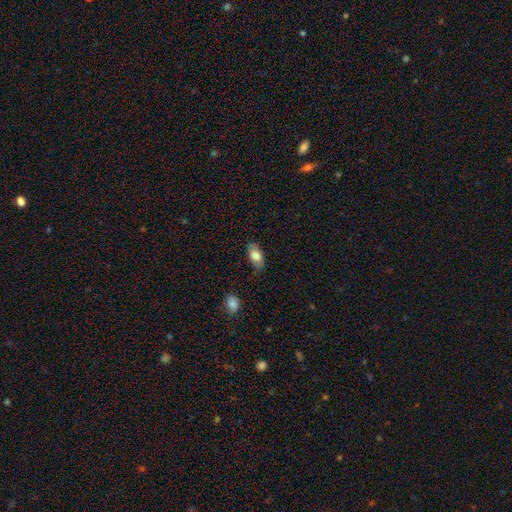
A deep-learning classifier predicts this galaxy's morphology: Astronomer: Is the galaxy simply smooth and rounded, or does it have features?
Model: smooth — 79%.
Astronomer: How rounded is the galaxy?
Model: in between — 91%.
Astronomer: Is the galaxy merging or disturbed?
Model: none — 77%.